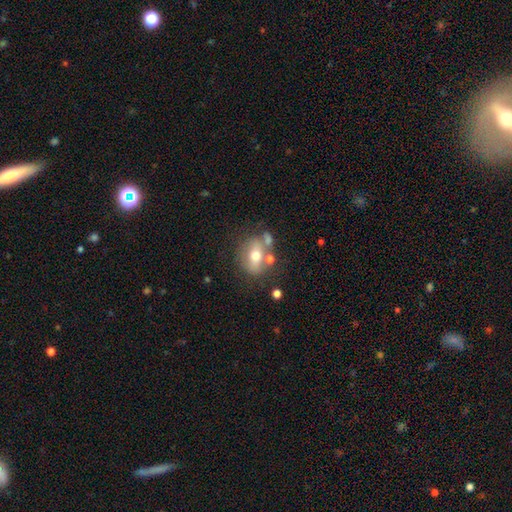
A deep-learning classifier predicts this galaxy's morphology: Smooth or featured? smooth (50%)
How rounded? in between (54%)
Merging? none (56%)